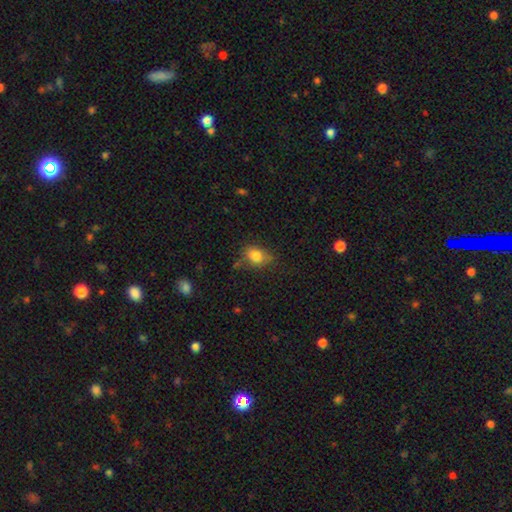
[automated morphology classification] This appears to be a smooth galaxy with no disk features (81%) that is in between round and cigar-shaped (65%). Merging: none (62%).